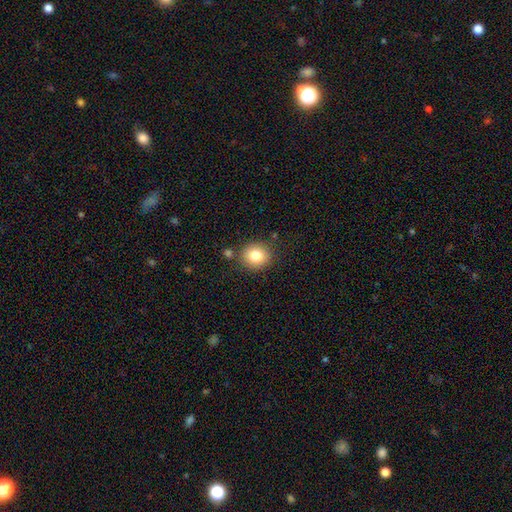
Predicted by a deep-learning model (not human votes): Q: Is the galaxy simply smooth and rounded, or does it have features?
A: smooth — 81%.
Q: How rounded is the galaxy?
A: round — 79%.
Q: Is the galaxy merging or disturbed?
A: none — 82%.